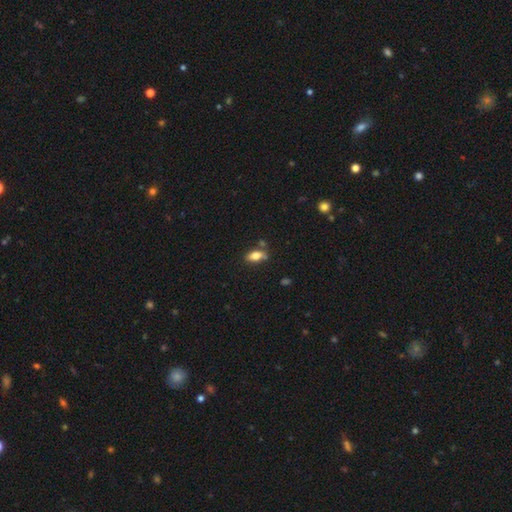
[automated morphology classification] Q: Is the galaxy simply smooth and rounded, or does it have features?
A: smooth — 76%.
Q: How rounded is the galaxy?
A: in between — 86%.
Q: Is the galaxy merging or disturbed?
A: none — 69%.